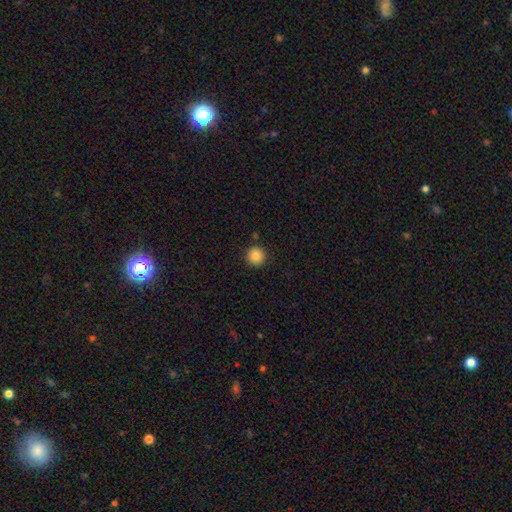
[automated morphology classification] A smooth galaxy with no disk features (86%) that is round (95%). Merging: none (91%).